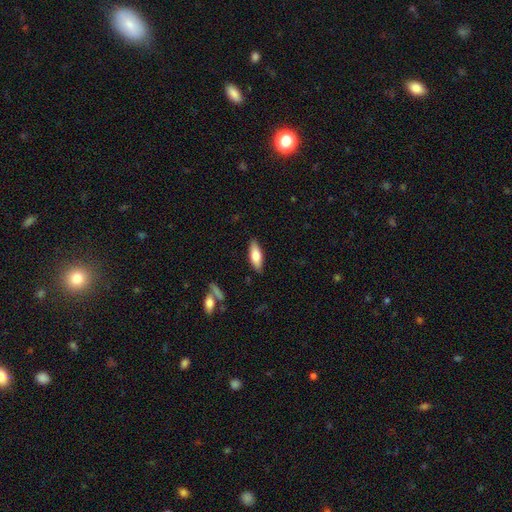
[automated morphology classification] Smooth or featured?
  - smooth: 73% *
  - featured or disk: 21%
  - star or artifact: 6%
How rounded?
  - in between: 65% *
  - cigar-shaped: 33%
  - round: 2%
Merging?
  - none: 86% *
  - minor disturbance: 10%
  - major disturbance: 2%
  - merger: 1%